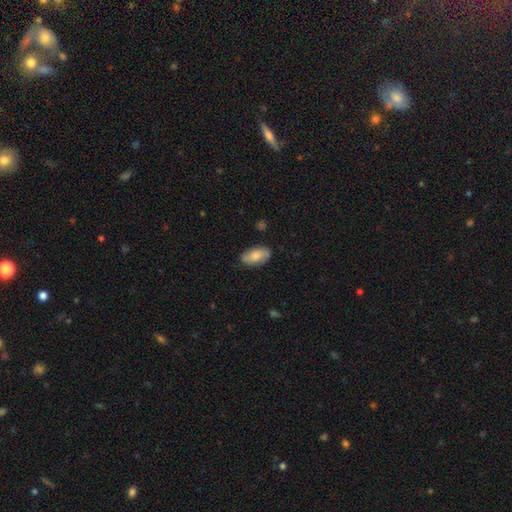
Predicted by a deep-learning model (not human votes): A smooth galaxy with no disk features (75%) that is in between round and cigar-shaped (93%). Merging: none (83%).